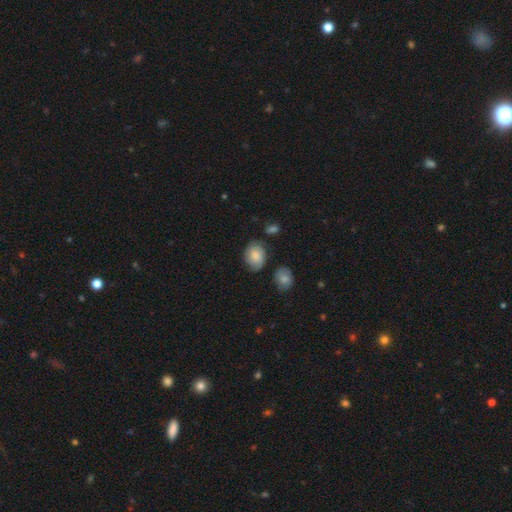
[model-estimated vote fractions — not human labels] This is likely a smooth galaxy (78%). How rounded: likely in between (68%). Merging: likely none (71%).